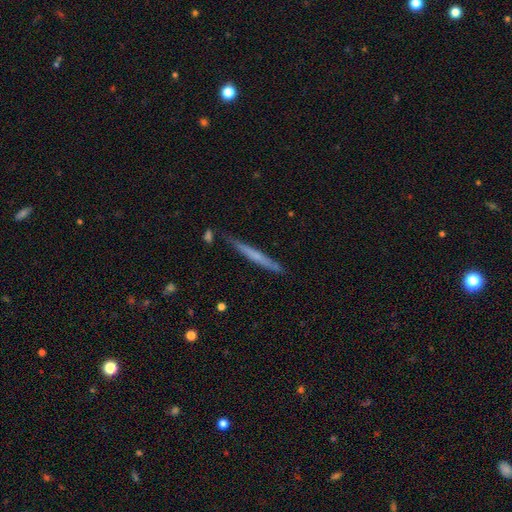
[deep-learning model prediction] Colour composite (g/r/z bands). It shows a smooth galaxy with no disk features (49%). Merging: none (83%).